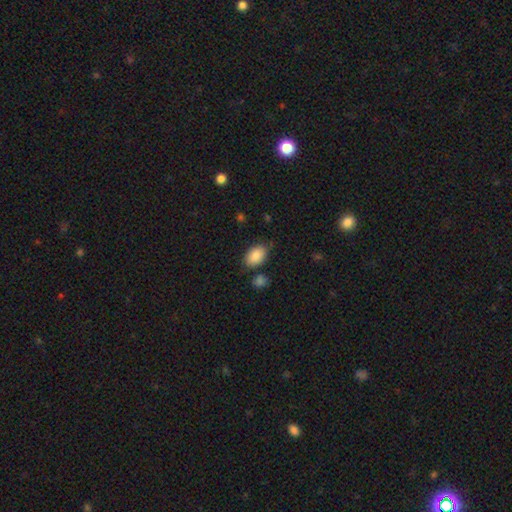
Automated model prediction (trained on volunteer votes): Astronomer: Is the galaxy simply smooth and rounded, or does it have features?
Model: smooth — 87%.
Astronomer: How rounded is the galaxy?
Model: in between — 89%.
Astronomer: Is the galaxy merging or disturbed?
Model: none — 78%.